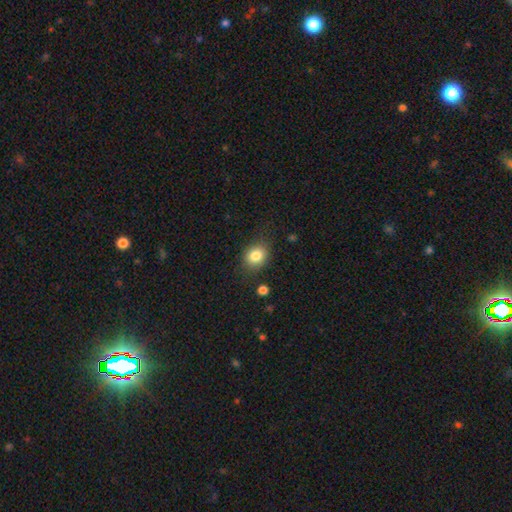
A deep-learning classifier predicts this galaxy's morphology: A smooth galaxy with no disk features (83%) that is round (56%). Merging: none (80%).